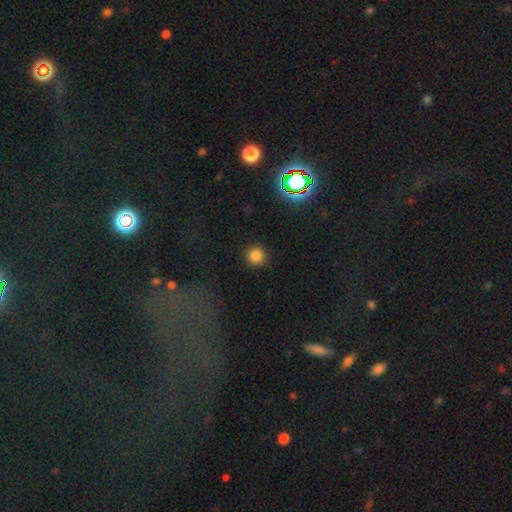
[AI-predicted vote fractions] This is clearly a smooth galaxy (82%). How rounded: clearly round (95%). Merging: clearly none (91%).